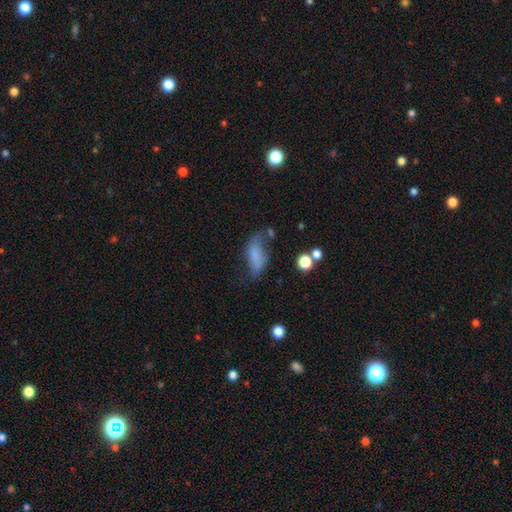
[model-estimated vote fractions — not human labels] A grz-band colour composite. It shows a smooth galaxy with no disk features (54%) that is in between round and cigar-shaped (82%). Merging: none (39%).